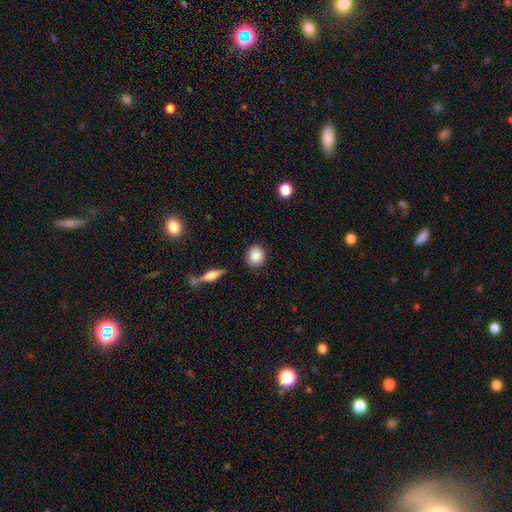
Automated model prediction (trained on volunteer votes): Smooth or featured? Predicted: smooth (p=0.87). How rounded? Predicted: round (p=0.66). Merging? Predicted: none (p=0.85).